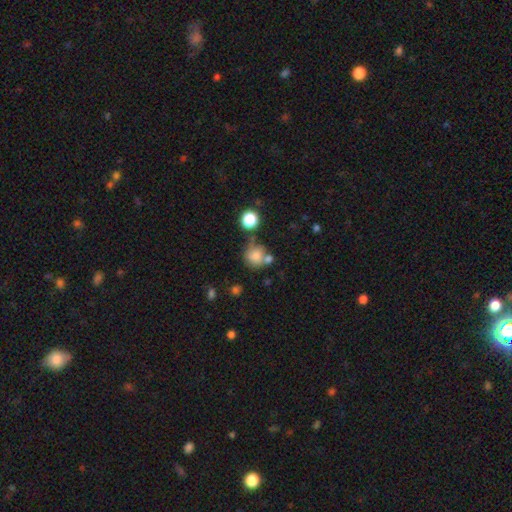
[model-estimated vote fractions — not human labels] Overall: smooth (77%). How rounded: round (84%). Merging: none (52%; merger 24%).